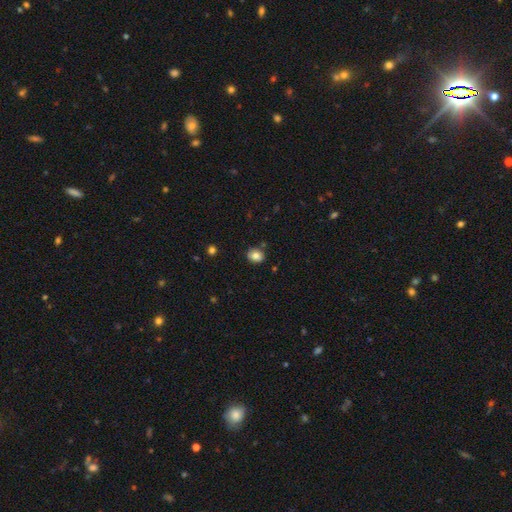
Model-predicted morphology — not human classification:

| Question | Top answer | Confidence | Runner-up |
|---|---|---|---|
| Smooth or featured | smooth | 83% | star or artifact (10%) |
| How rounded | round | 58% | in between (41%) |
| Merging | none | 81% | minor disturbance (13%) |